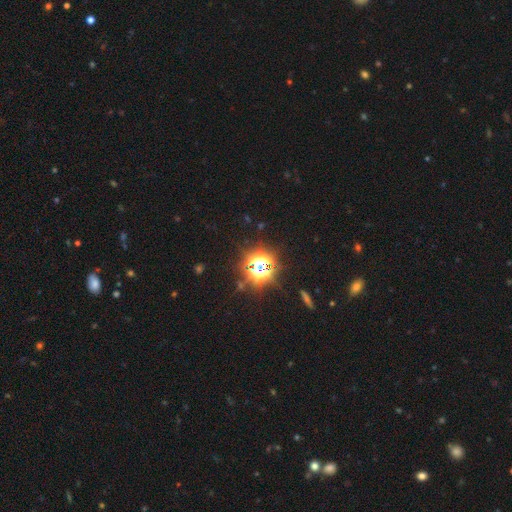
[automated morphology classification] type=star or artifact (80%).